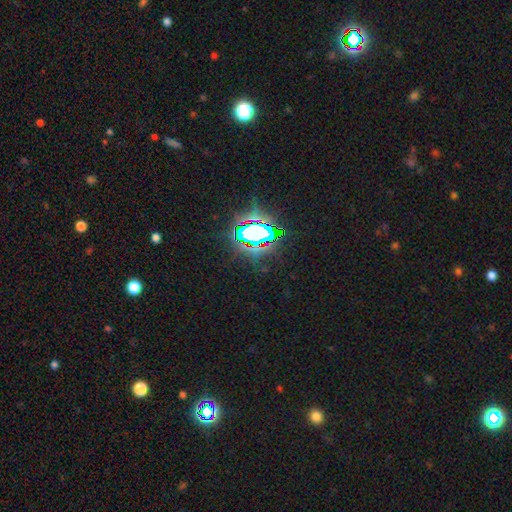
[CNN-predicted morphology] Smooth or featured?
  - star or artifact: 82% *
  - smooth: 11%
  - featured or disk: 7%